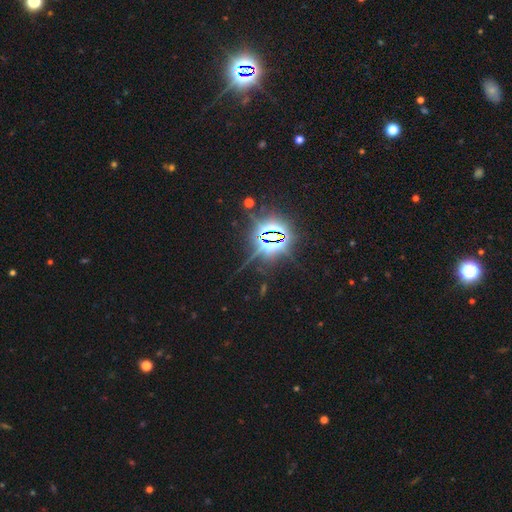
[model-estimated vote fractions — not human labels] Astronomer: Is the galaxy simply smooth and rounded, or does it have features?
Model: star or artifact — 86%.